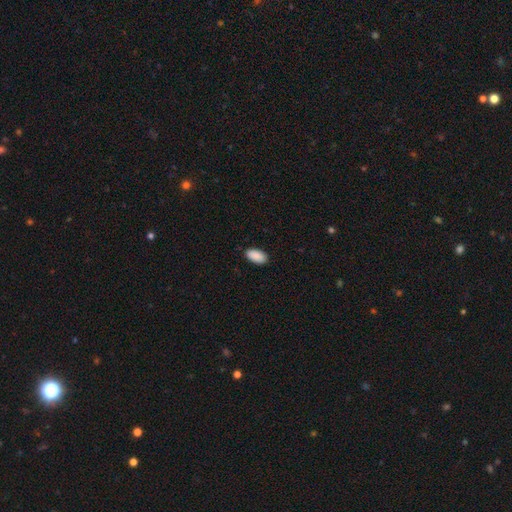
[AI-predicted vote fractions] Smooth or featured? Predicted: smooth (p=0.91). How rounded? Predicted: in between (p=0.95). Merging? Predicted: none (p=0.88).